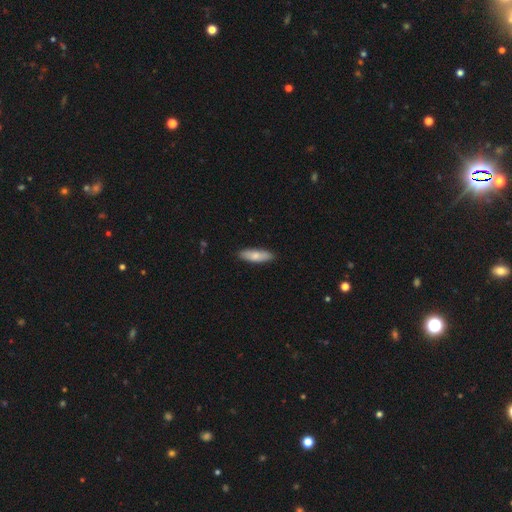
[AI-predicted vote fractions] smooth_or_featured: smooth (p=0.78) [alt: featured or disk p=0.17]
how_rounded: cigar-shaped (p=0.51) [alt: in between p=0.47]
merging: none (p=0.88) [alt: minor disturbance p=0.10]